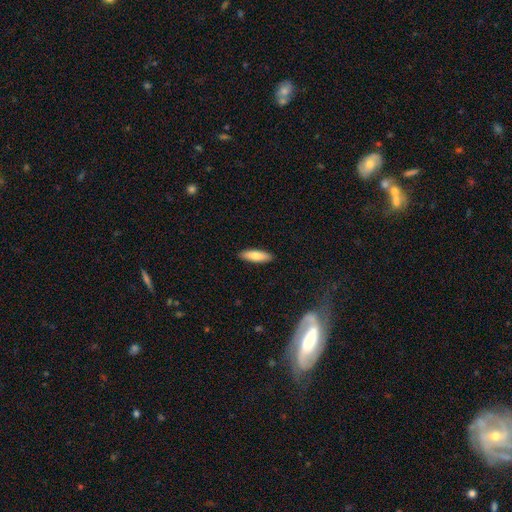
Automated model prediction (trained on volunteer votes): Smooth or featured? Predicted: smooth (p=0.78). How rounded? Predicted: cigar-shaped (p=0.51). Merging? Predicted: none (p=0.90).